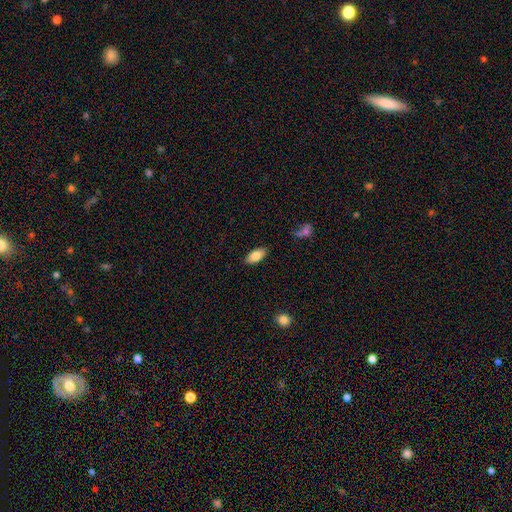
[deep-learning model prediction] Morphology: type=smooth (82%); roundness=in between (91%); merging=none (86%).